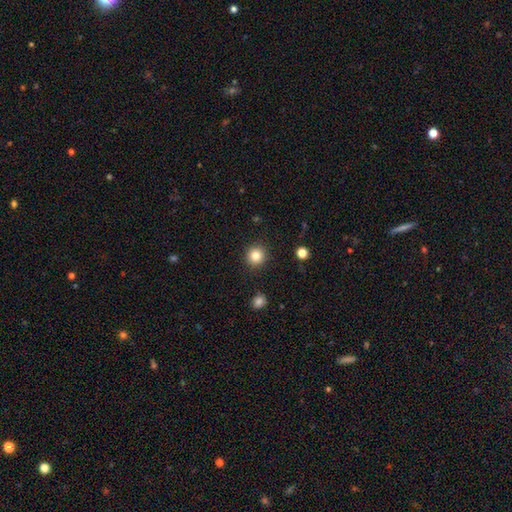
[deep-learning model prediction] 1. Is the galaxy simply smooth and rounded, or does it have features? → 83% smooth, 11% star or artifact, 6% featured or disk.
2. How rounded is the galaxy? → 93% round, 6% in between, 1% cigar-shaped.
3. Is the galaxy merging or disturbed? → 91% none, 5% minor disturbance, 2% major disturbance, 1% merger.